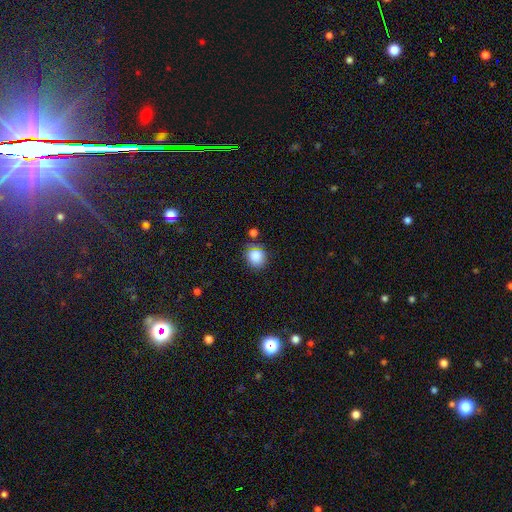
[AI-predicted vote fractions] A smooth galaxy with no disk features (83%) that is round (82%).

Vote fractions:
- Smooth or featured? smooth: 83% / star or artifact: 12% / featured or disk: 5%
- How rounded? round: 82% / in between: 17% / cigar-shaped: 1%
- Merging? none: 78% / minor disturbance: 13% / merger: 6% / major disturbance: 3%